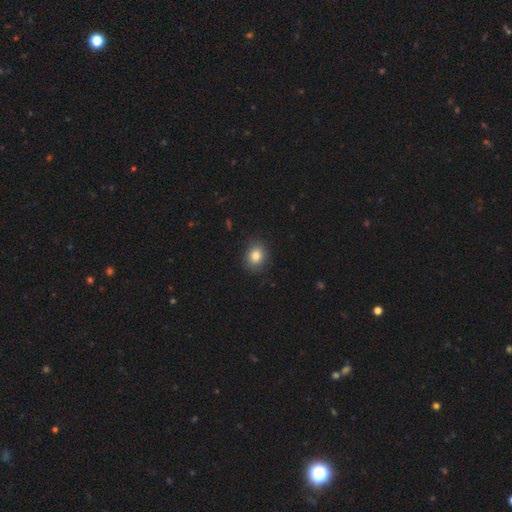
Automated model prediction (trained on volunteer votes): This is clearly a smooth galaxy (83%). How rounded: likely round (61%). Merging: clearly none (84%).